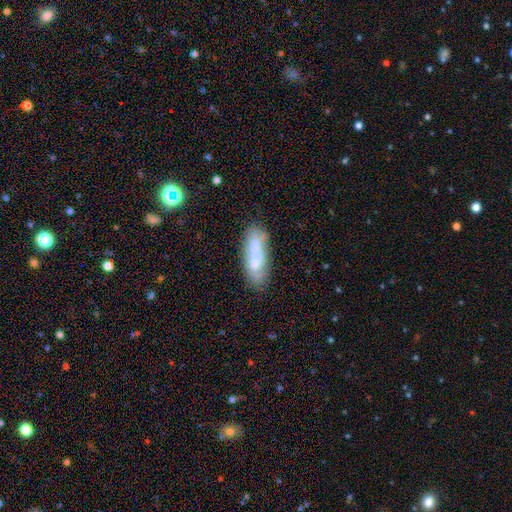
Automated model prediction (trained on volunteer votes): A smooth galaxy with no disk features (50%).

Vote fractions:
- Smooth or featured? smooth: 50% / featured or disk: 42% / star or artifact: 8%
- Merging? none: 48% / merger: 28% / minor disturbance: 17% / major disturbance: 7%